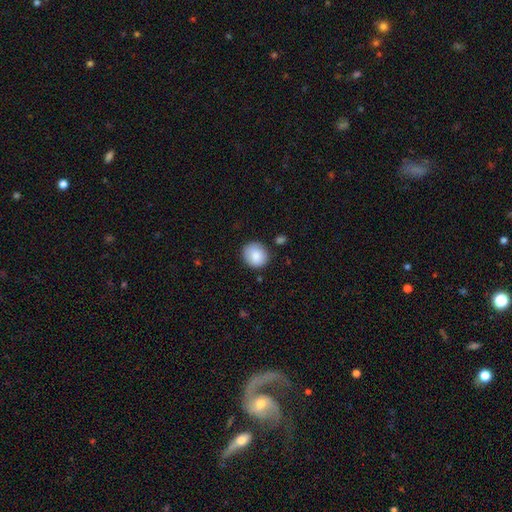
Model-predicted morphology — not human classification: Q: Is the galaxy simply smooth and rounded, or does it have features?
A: smooth — 86%.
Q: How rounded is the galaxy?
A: round — 84%.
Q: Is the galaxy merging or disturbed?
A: none — 83%.